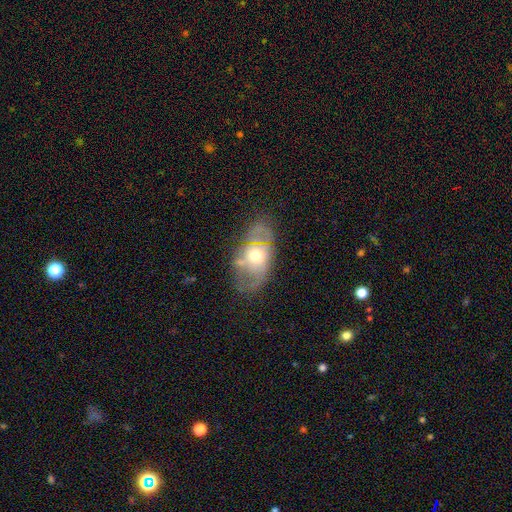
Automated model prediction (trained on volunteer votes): Smooth or featured? featured or disk (54%)
Edge-on disk? no (91%)
Merging? none (48%)